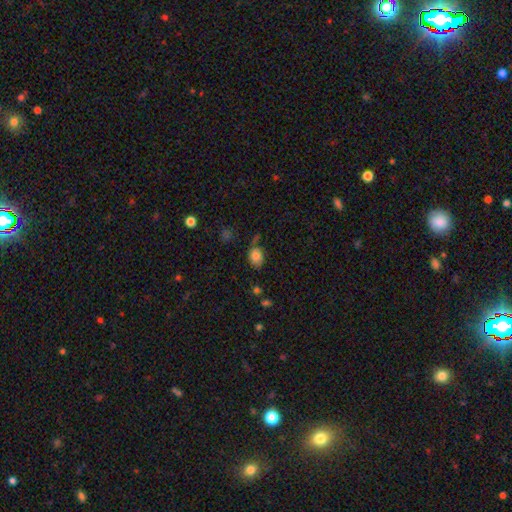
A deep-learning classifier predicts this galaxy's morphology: Smooth or featured?
  - smooth: 81% *
  - star or artifact: 10%
  - featured or disk: 8%
How rounded?
  - in between: 72% *
  - round: 26%
  - cigar-shaped: 1%
Merging?
  - none: 61% *
  - minor disturbance: 24%
  - major disturbance: 9%
  - merger: 6%